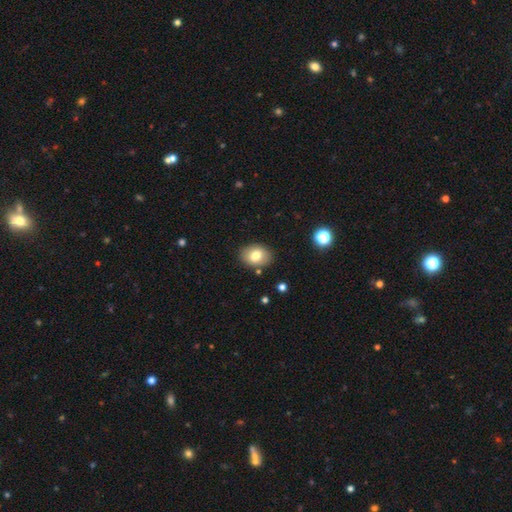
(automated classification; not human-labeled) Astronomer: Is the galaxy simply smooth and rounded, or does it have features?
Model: smooth — 78%.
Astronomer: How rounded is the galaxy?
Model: in between — 70%.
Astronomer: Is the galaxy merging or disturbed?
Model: none — 85%.